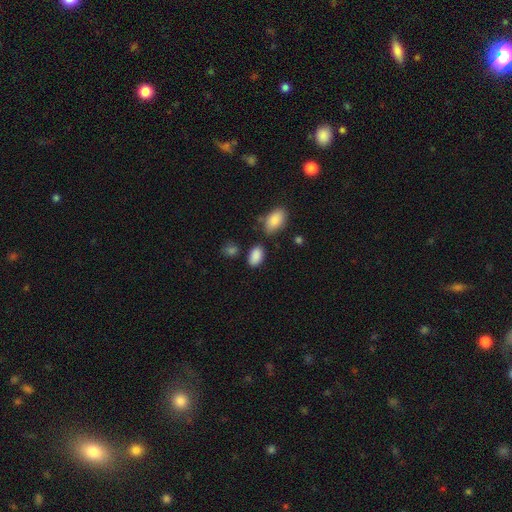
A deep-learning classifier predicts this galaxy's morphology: Overall: smooth (89%). How rounded: in between (92%). Merging: none (75%).